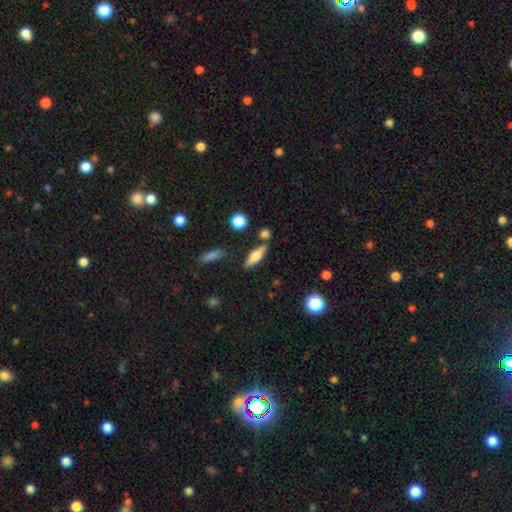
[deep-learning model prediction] A smooth galaxy with no disk features (50%). Merging: none (75%).